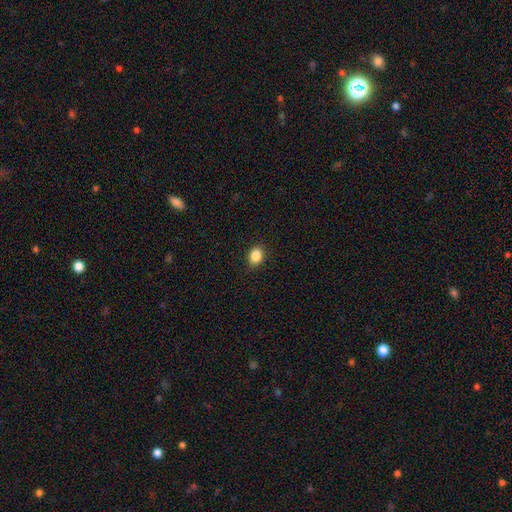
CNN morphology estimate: Smooth or featured: smooth — 86% (star or artifact — 9%)
How rounded: in between — 54% (round — 45%)
Merging: none — 87% (minor disturbance — 10%)